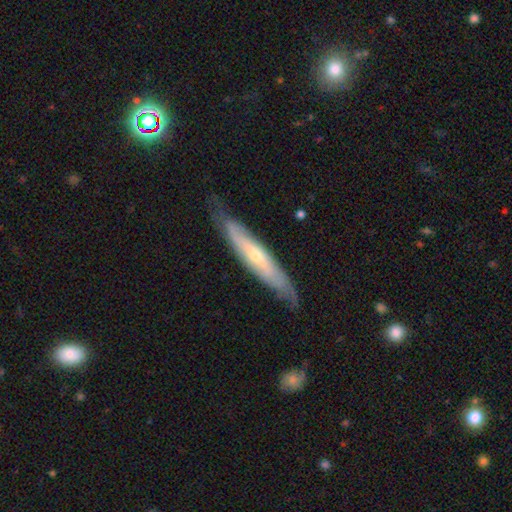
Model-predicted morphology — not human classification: Smooth or featured? Predicted: featured or disk (p=0.66). Edge-on disk? Predicted: yes (p=0.58). Merging? Predicted: none (p=0.73).